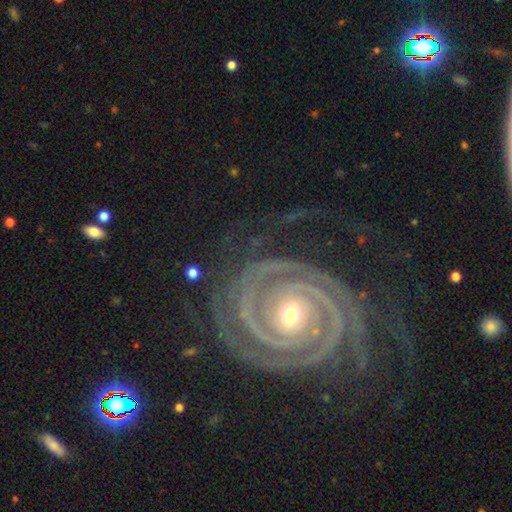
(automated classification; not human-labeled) Overall: featured or disk (92%). Edge-on disk: no (97%). Bar: no (60%; strong 21%). Spiral arms: yes (99%). Spiral arm count: 2 (64%). Spiral winding: tight (88%). Bulge size: small (53%; moderate 44%). Merging: none (76%).